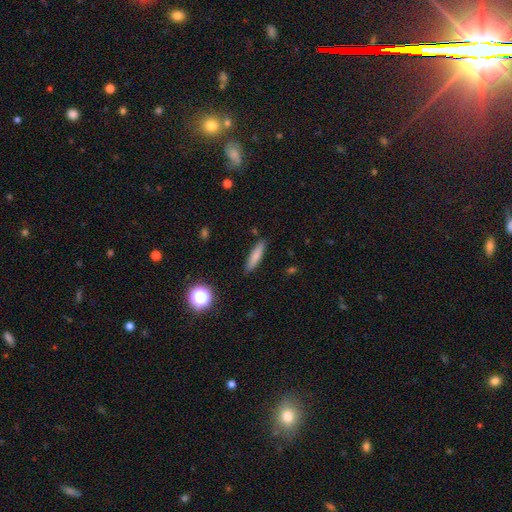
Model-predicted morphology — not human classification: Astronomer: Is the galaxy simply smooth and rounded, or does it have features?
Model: smooth — 79%.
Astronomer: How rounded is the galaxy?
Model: cigar-shaped — 81%.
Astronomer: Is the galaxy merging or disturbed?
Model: none — 87%.